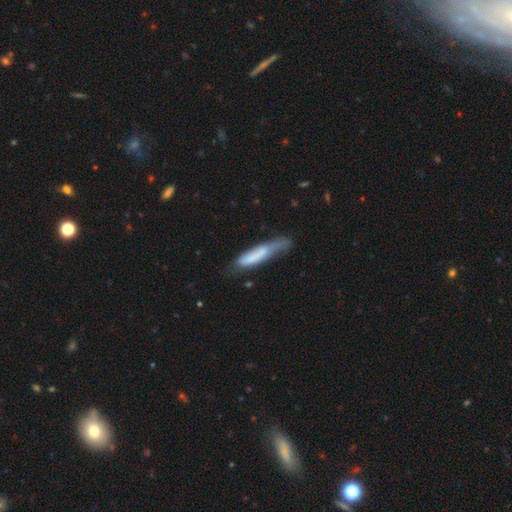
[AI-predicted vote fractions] smooth 66%, featured or disk 27%, star or artifact 6%. Down the decision tree: how rounded — cigar-shaped (84%); merging — none (44%).